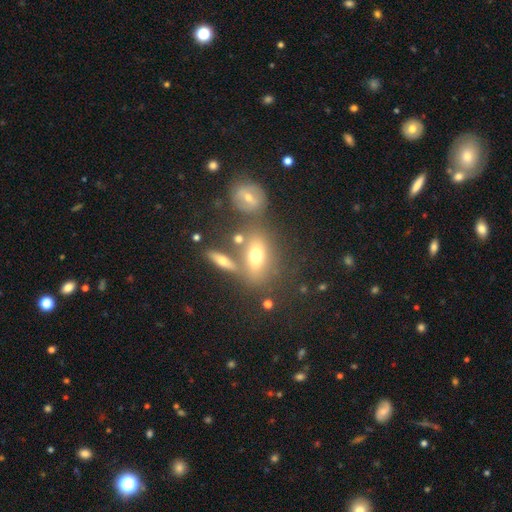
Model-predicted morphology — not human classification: This appears to be a smooth galaxy with no disk features (63%) that is in between round and cigar-shaped (75%). Merging: none (57%).